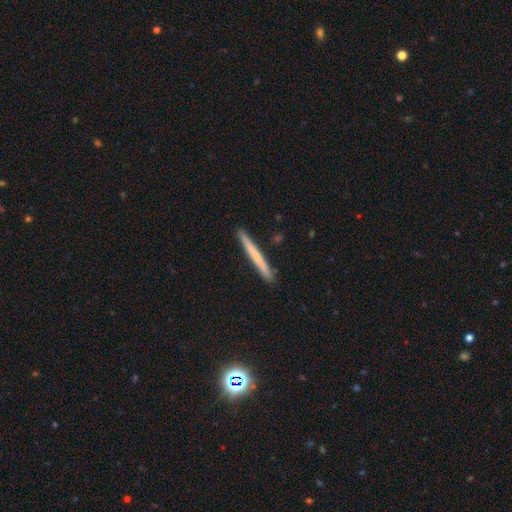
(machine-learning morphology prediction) A smooth galaxy with no disk features (59%) that is cigar-shaped (97%).

Vote fractions:
- Smooth or featured? smooth: 59% / featured or disk: 36% / star or artifact: 6%
- How rounded? cigar-shaped: 97% / in between: 2% / round: 1%
- Merging? none: 91% / minor disturbance: 6% / merger: 1% / major disturbance: 1%